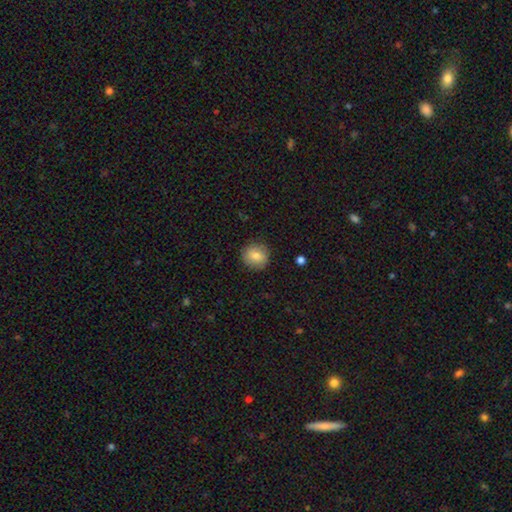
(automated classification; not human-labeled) smooth_or_featured: smooth (p=0.80) [alt: featured or disk p=0.12]
how_rounded: round (p=0.89) [alt: in between p=0.10]
merging: none (p=0.89) [alt: minor disturbance p=0.08]